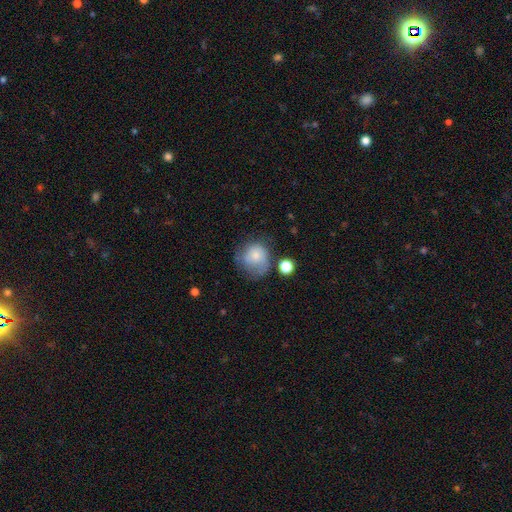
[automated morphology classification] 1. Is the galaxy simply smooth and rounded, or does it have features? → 69% smooth, 21% featured or disk, 9% star or artifact.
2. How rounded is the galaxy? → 79% round, 20% in between, 1% cigar-shaped.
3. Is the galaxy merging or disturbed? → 44% none, 29% minor disturbance, 20% major disturbance, 7% merger.